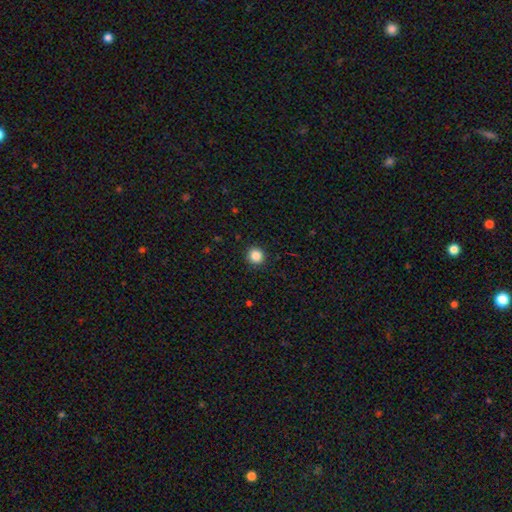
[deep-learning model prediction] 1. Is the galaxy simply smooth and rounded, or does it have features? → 86% smooth, 11% star or artifact, 4% featured or disk.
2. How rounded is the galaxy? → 93% round, 6% in between, 1% cigar-shaped.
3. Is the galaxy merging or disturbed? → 92% none, 5% minor disturbance, 2% major disturbance, 1% merger.